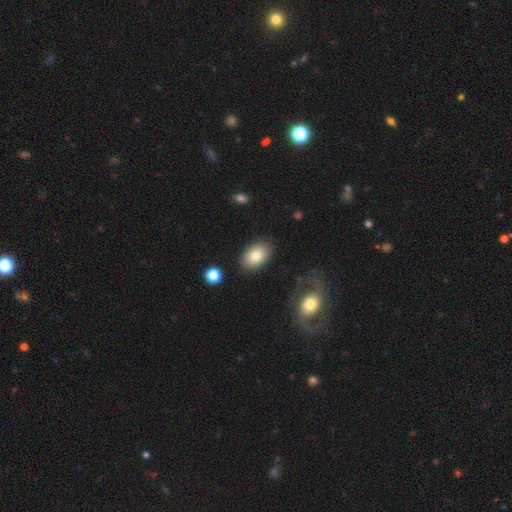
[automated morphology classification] This appears to be a smooth galaxy with no disk features (78%) that is in between round and cigar-shaped (87%). Merging: none (84%).